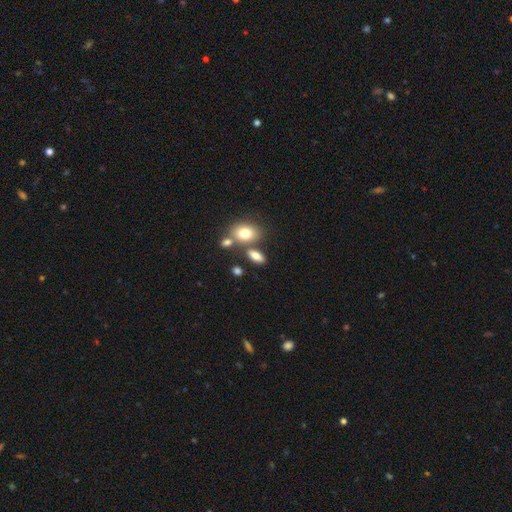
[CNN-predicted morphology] Smooth or featured? smooth (78%)
How rounded? in between (82%)
Merging? none (65%)